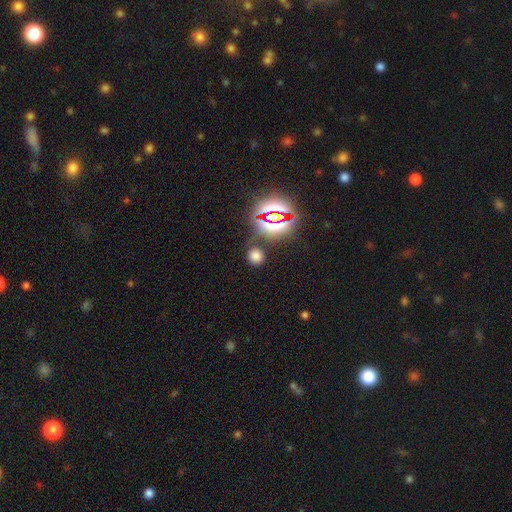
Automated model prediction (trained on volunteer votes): This is likely a smooth galaxy (66%). How rounded: clearly round (86%). Merging: clearly none (83%).